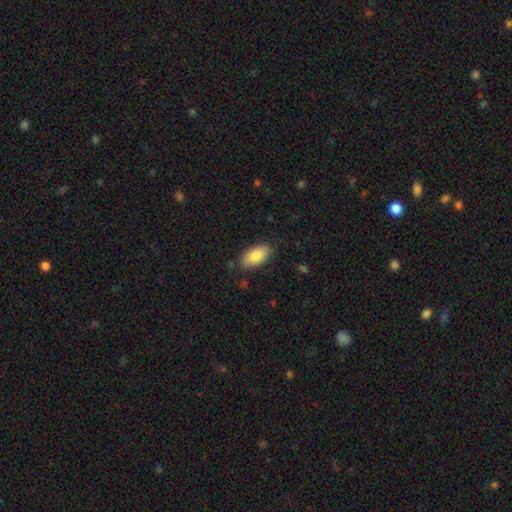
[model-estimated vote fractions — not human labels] A smooth galaxy with no disk features (85%) that is in between round and cigar-shaped (94%). Merging: none (81%).